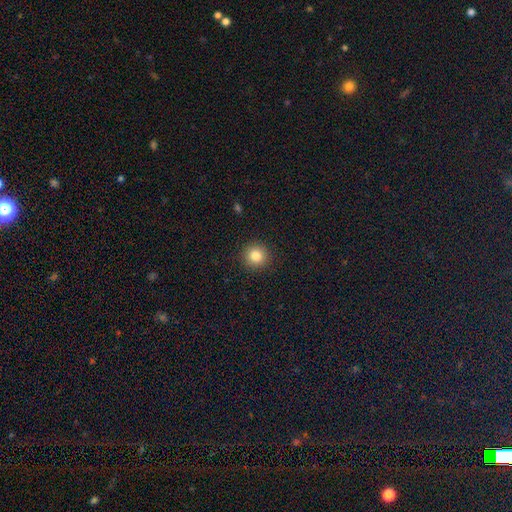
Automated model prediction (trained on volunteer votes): Smooth or featured?
  - smooth: 84% *
  - star or artifact: 11%
  - featured or disk: 5%
How rounded?
  - round: 94% *
  - in between: 5%
  - cigar-shaped: 1%
Merging?
  - none: 92% *
  - minor disturbance: 5%
  - major disturbance: 2%
  - merger: 1%